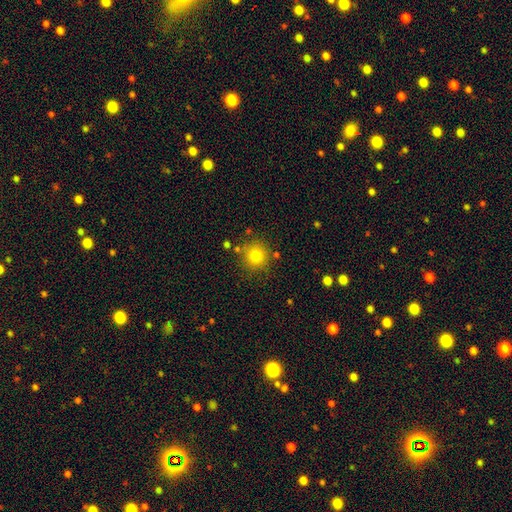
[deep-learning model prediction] Q: Smooth or featured?
A: smooth (80%); runner-up: star or artifact (13%)
Q: How rounded?
A: round (93%); runner-up: in between (6%)
Q: Merging?
A: none (83%); runner-up: minor disturbance (9%)